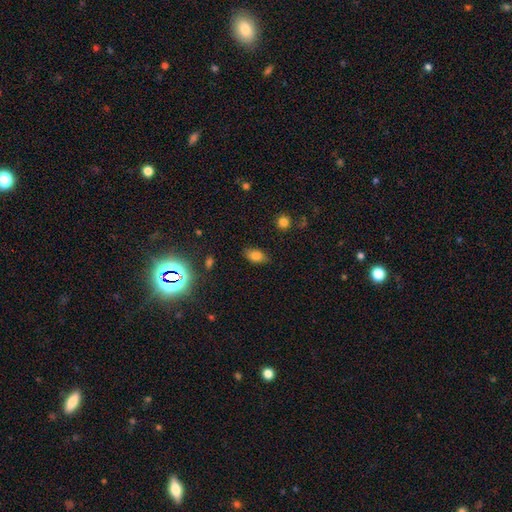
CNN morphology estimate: This appears to be a smooth galaxy with no disk features (79%) that is in between round and cigar-shaped (87%). Merging: none (81%).